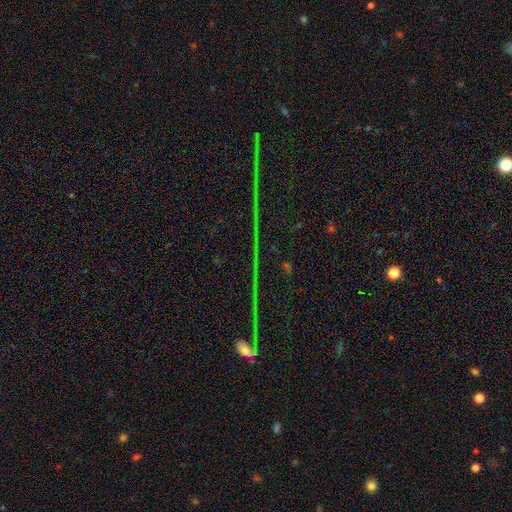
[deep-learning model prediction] Smooth or featured?
  - star or artifact: 80% *
  - featured or disk: 11%
  - smooth: 9%